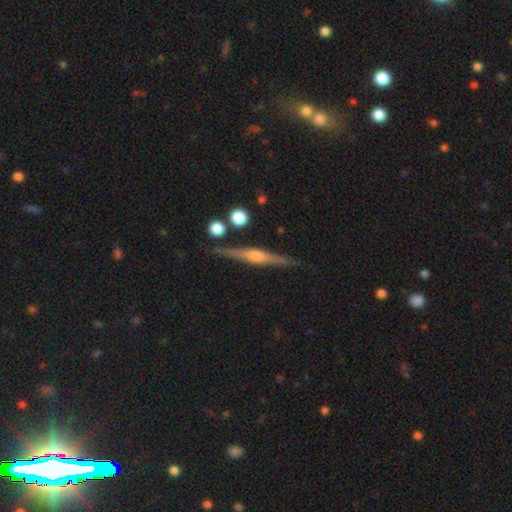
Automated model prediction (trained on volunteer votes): featured or disk 84%, smooth 10%, star or artifact 7%. Down the decision tree: edge-on disk — yes (98%); edge-on bulge — rounded (86%); merging — none (90%).